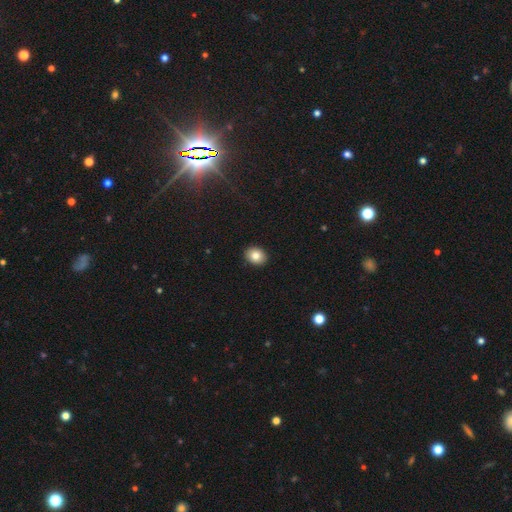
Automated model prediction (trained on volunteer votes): Morphology: type=smooth (82%); roundness=in between (54%); merging=none (91%).